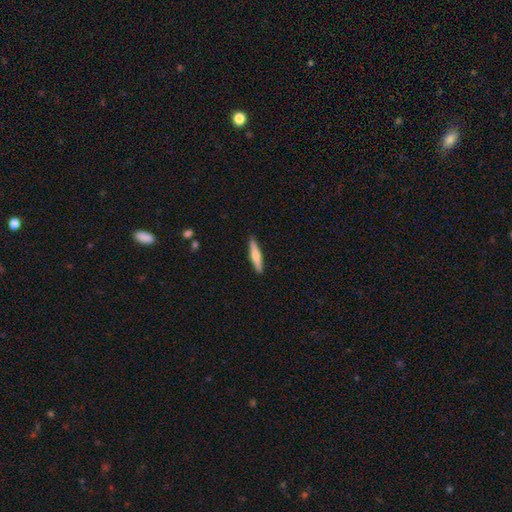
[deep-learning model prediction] This is possibly a smooth galaxy (59%). How rounded: clearly cigar-shaped (89%). Merging: clearly none (90%).